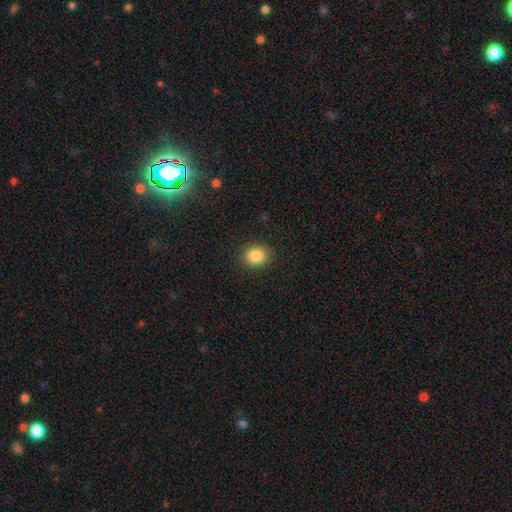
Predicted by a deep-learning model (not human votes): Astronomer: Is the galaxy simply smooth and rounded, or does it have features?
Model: smooth — 87%.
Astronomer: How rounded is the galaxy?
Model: round — 64%.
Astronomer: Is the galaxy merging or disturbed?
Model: none — 88%.